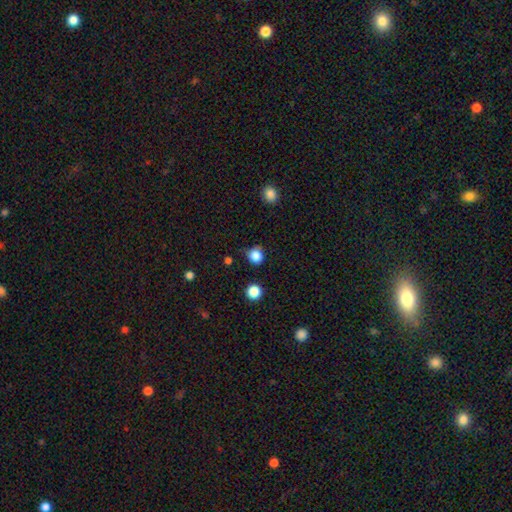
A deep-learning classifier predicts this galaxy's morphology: This is clearly a smooth galaxy (84%). How rounded: clearly round (84%). Merging: likely none (70%).